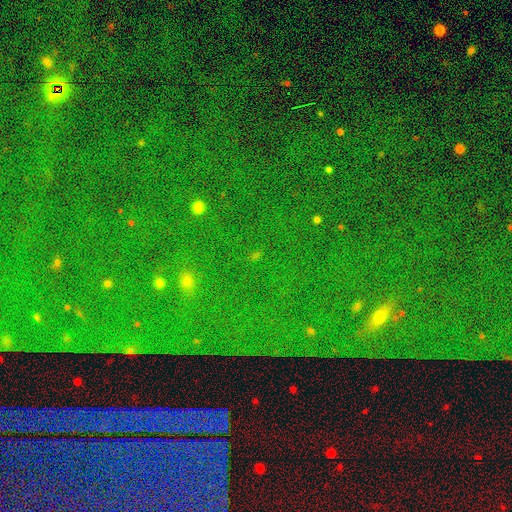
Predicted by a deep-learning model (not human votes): Smooth or featured? Predicted: star or artifact (p=0.85).